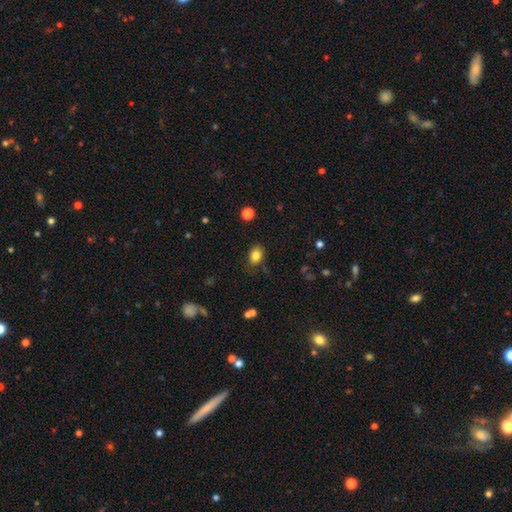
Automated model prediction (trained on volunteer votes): This appears to be a smooth galaxy with no disk features (84%) that is in between round and cigar-shaped (72%). Merging: none (80%).